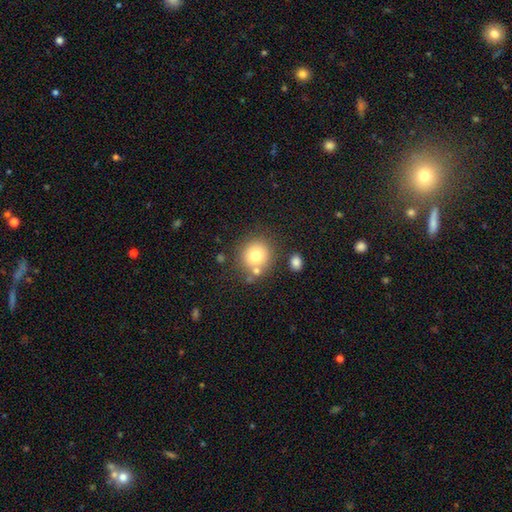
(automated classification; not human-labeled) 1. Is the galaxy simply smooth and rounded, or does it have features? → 76% smooth, 13% featured or disk, 11% star or artifact.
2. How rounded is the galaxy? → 89% round, 10% in between, 1% cigar-shaped.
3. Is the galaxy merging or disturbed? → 71% none, 13% merger, 11% minor disturbance, 4% major disturbance.